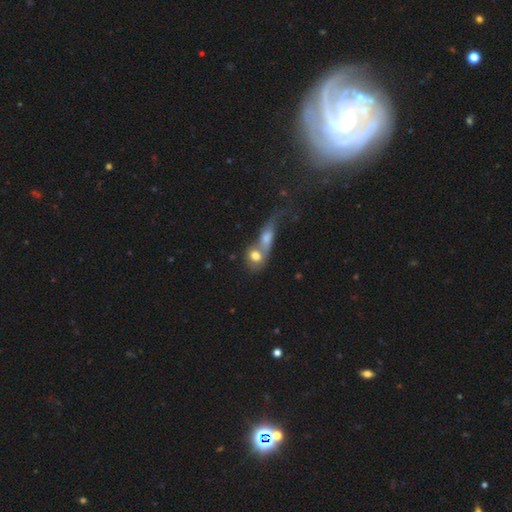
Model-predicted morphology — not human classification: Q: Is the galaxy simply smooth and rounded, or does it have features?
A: smooth — 69%.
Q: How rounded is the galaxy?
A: round — 49%.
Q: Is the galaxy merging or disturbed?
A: merger — 66%.